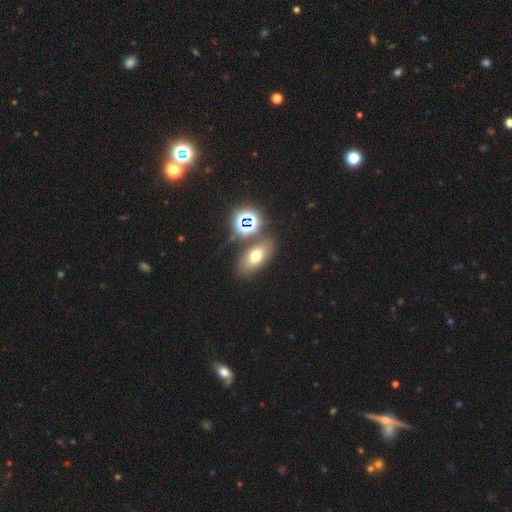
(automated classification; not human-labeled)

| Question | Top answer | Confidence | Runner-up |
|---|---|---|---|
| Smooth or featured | smooth | 60% | star or artifact (23%) |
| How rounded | in between | 77% | round (16%) |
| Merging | none | 75% | minor disturbance (10%) |